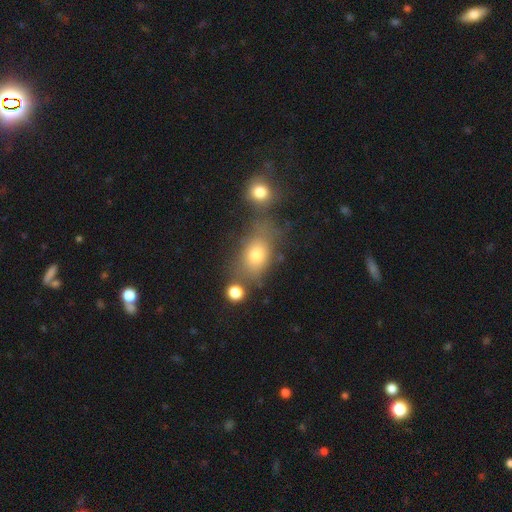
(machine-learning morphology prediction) Overall: smooth (74%). How rounded: in between (71%). Merging: none (53%; merger 22%).